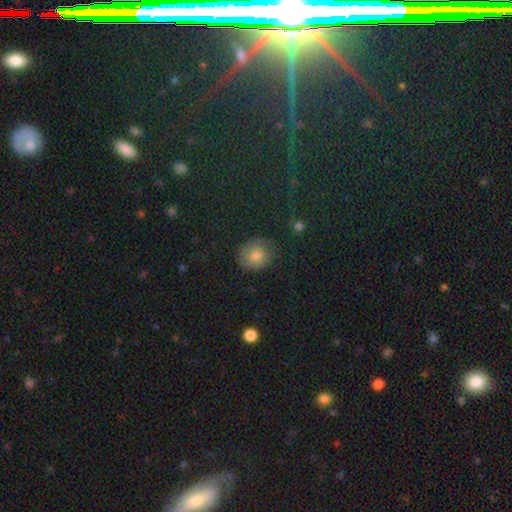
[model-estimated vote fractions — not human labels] Smooth or featured? Predicted: smooth (p=0.73). How rounded? Predicted: round (p=0.71). Merging? Predicted: none (p=0.76).